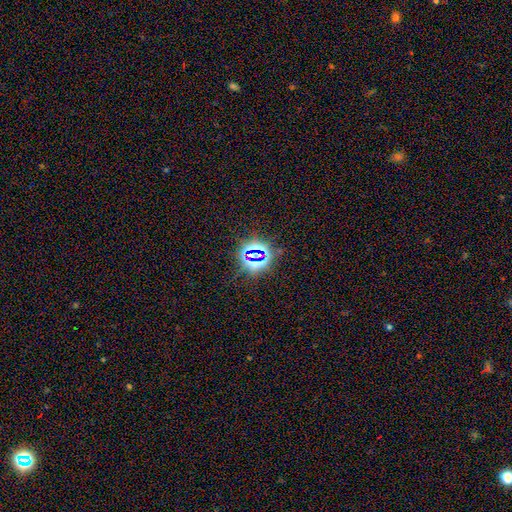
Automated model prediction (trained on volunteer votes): Smooth or featured? Predicted: star or artifact (p=0.77).